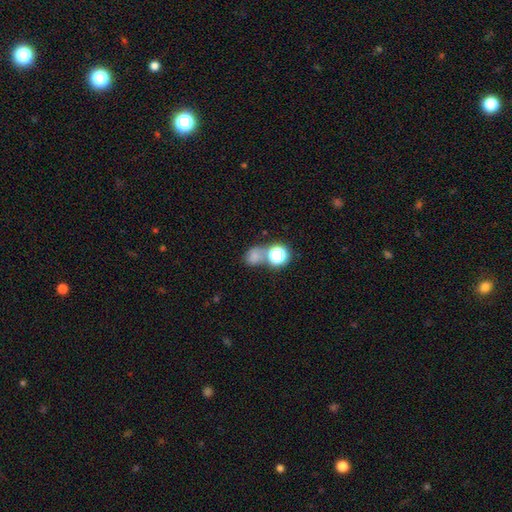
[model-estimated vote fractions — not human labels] Smooth or featured? Predicted: smooth (p=0.66). How rounded? Predicted: round (p=0.62). Merging? Predicted: none (p=0.45).